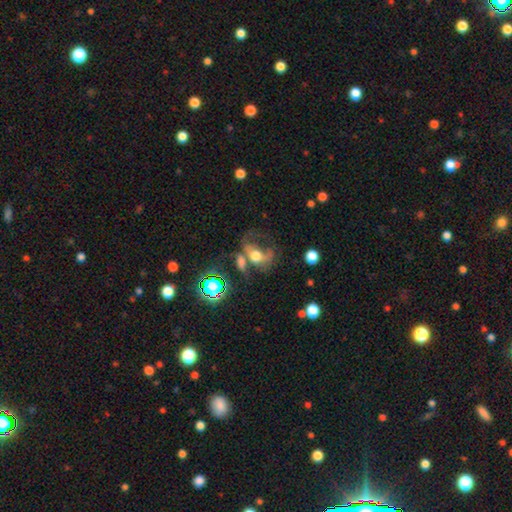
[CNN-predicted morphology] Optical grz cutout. It shows a featured or disk galaxy (47%). Merging: merger (33%).